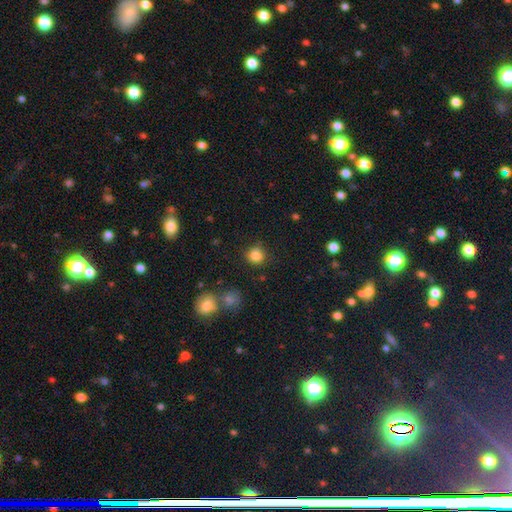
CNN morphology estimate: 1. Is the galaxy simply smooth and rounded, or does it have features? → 84% smooth, 12% star or artifact, 4% featured or disk.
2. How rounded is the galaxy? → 89% round, 10% in between, 1% cigar-shaped.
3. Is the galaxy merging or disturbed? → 84% none, 10% minor disturbance, 3% merger, 3% major disturbance.